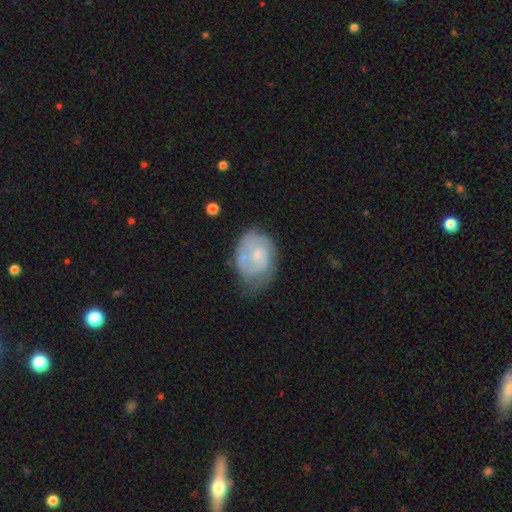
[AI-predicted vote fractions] Smooth or featured: featured or disk — 55% (smooth — 38%)
Edge-on disk: no — 97% (yes — 3%)
Bar: no — 72% (weak — 25%)
Spiral arms: yes — 69% (no — 31%)
Bulge size: small — 58% (moderate — 28%)
Merging: none — 45% (minor disturbance — 34%)